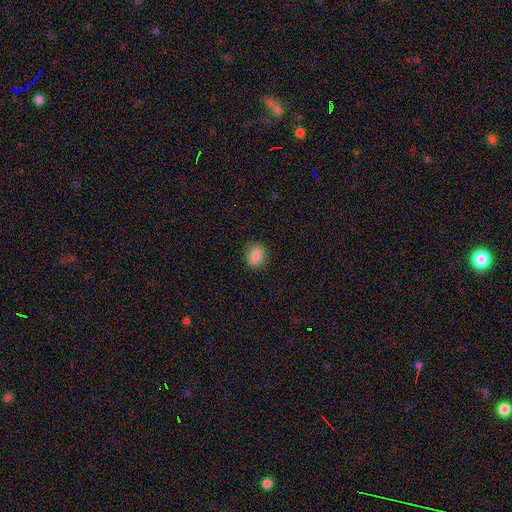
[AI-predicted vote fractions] Overall: smooth (86%). How rounded: in between (50%; round 49%). Merging: none (87%).